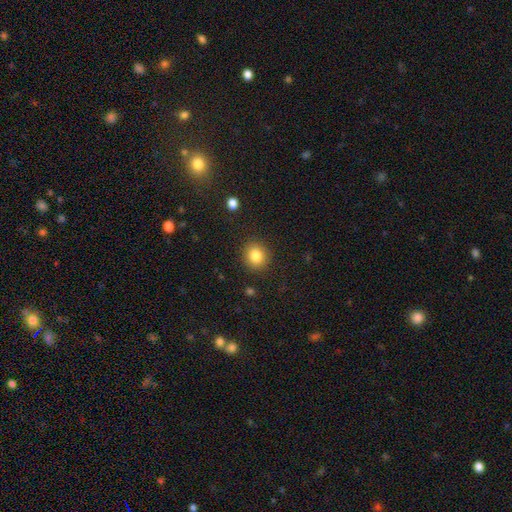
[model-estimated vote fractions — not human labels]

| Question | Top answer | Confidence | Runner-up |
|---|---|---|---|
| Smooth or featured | smooth | 84% | star or artifact (10%) |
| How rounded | round | 83% | in between (16%) |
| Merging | none | 89% | minor disturbance (7%) |